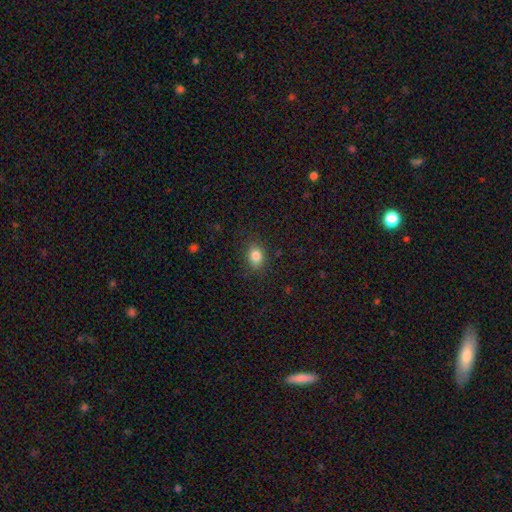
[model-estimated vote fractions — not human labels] Smooth or featured?
  - smooth: 83% *
  - star or artifact: 10%
  - featured or disk: 6%
How rounded?
  - in between: 64% *
  - round: 35%
  - cigar-shaped: 1%
Merging?
  - none: 85% *
  - minor disturbance: 11%
  - major disturbance: 3%
  - merger: 1%